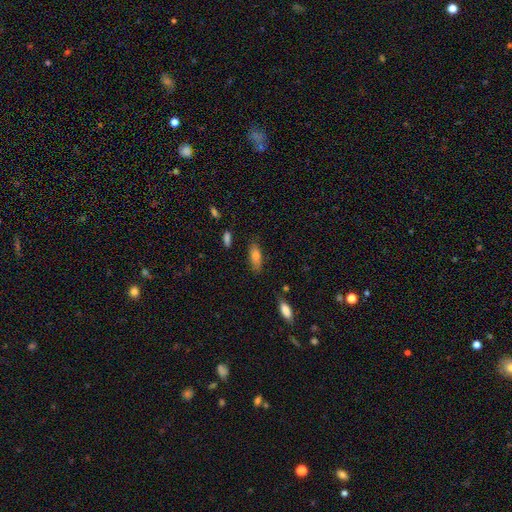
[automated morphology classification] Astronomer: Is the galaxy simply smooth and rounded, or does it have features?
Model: smooth — 77%.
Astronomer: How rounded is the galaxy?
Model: in between — 69%.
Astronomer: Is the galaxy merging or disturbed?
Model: none — 77%.